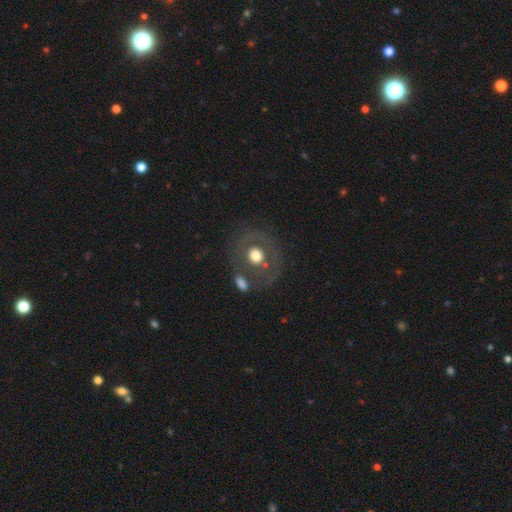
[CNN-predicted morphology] smooth_or_featured: smooth (p=0.52) [alt: featured or disk p=0.39]
how_rounded: round (p=0.78) [alt: in between p=0.21]
merging: none (p=0.66) [alt: minor disturbance p=0.14]